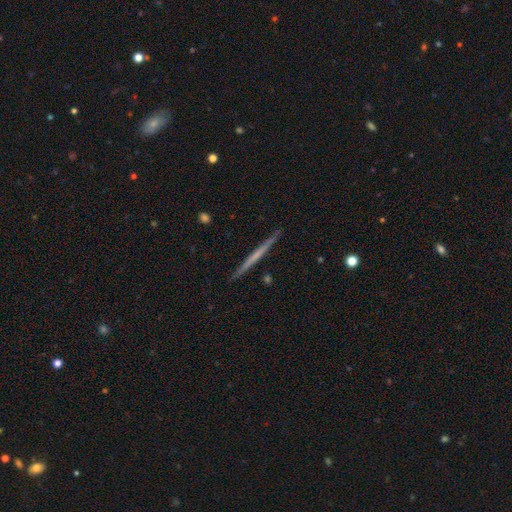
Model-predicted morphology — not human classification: smooth-or-featured: featured or disk: 57% | smooth: 38% | star or artifact: 5%
  disk-edge-on: yes: 98% | no: 2%
    edge-on-bulge: none: 88% | rounded: 8% | boxy: 4%
  merging: none: 92% | minor disturbance: 6% | major disturbance: 1% | merger: 1%